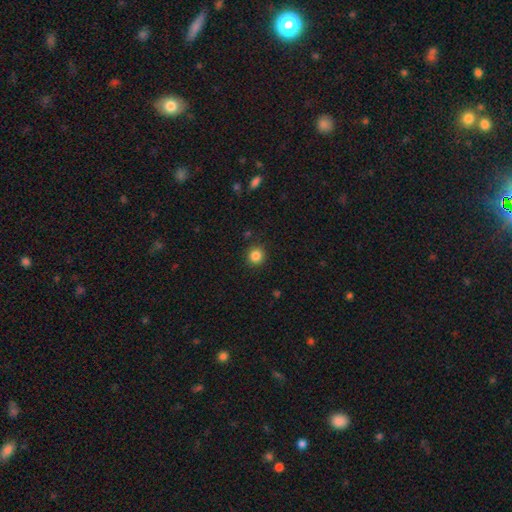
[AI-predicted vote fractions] Smooth or featured? Predicted: smooth (p=0.85). How rounded? Predicted: round (p=0.92). Merging? Predicted: none (p=0.90).